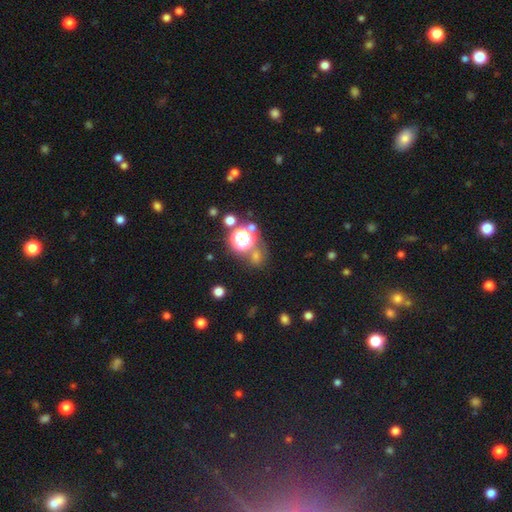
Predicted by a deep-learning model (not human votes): smooth_or_featured: star or artifact (p=0.52) [alt: smooth p=0.39]